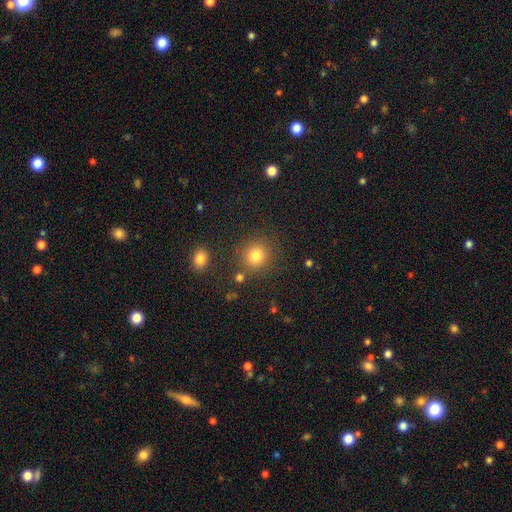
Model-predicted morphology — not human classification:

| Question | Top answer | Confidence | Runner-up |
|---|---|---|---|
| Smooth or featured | smooth | 81% | star or artifact (13%) |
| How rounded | round | 88% | in between (11%) |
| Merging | none | 82% | minor disturbance (9%) |